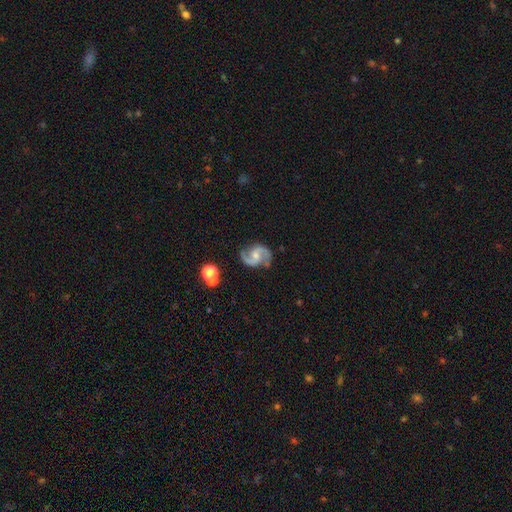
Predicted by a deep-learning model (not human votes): Smooth or featured? Predicted: featured or disk (p=0.91). Edge-on disk? Predicted: no (p=0.98). Bar? Predicted: no (p=0.45). Spiral arms? Predicted: yes (p=0.98). Spiral winding? Predicted: medium (p=0.59). Spiral arm count? Predicted: 2 (p=0.94). Bulge size? Predicted: small (p=0.46). Merging? Predicted: none (p=0.82).